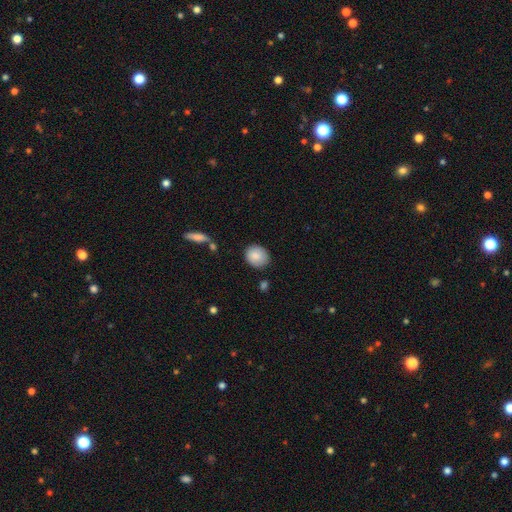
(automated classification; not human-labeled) This is clearly a smooth galaxy (86%). How rounded: likely round (73%). Merging: clearly none (81%).